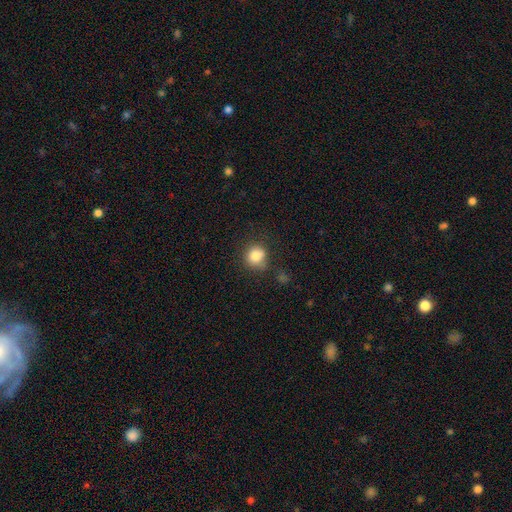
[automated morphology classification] smooth 83%, star or artifact 10%, featured or disk 6%. Down the decision tree: how rounded — round (83%); merging — none (69%).